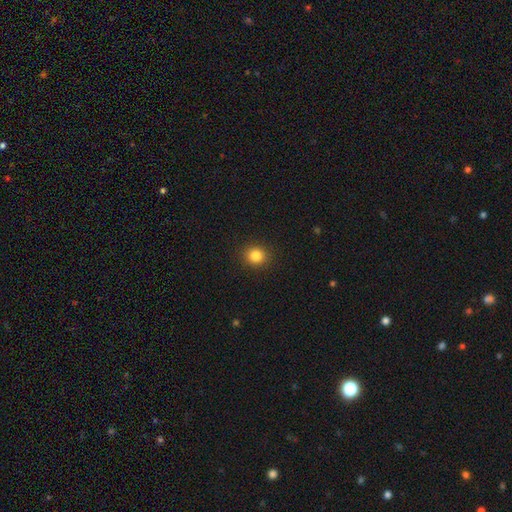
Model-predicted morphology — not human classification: Smooth or featured?
  - smooth: 84% *
  - star or artifact: 11%
  - featured or disk: 5%
How rounded?
  - round: 84% *
  - in between: 15%
  - cigar-shaped: 1%
Merging?
  - none: 91% *
  - minor disturbance: 6%
  - major disturbance: 2%
  - merger: 1%